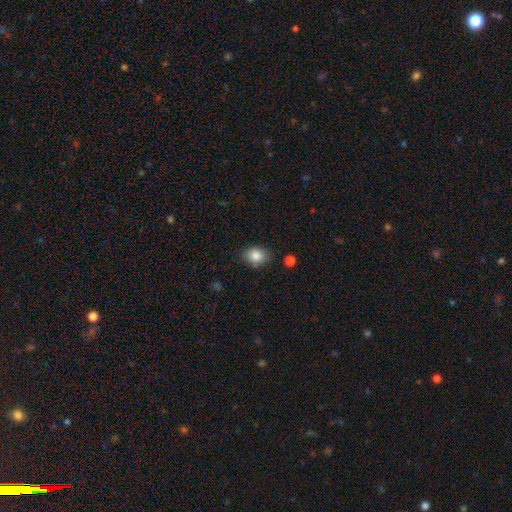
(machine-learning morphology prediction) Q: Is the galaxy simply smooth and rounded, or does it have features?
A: smooth — 85%.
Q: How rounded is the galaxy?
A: in between — 63%.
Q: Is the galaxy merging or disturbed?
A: none — 82%.